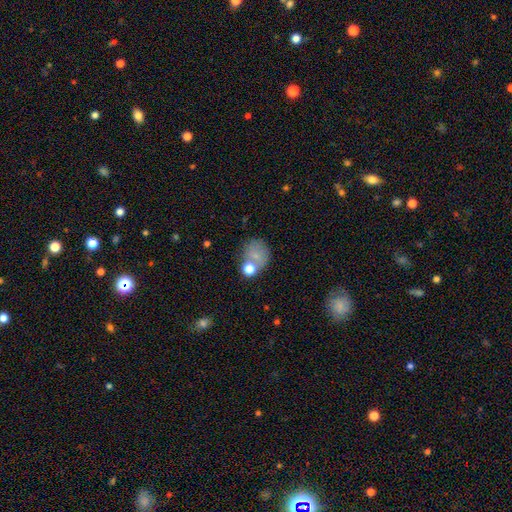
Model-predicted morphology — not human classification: This appears to be a smooth galaxy with no disk features (72%) that is round (67%). Merging: none (51%).